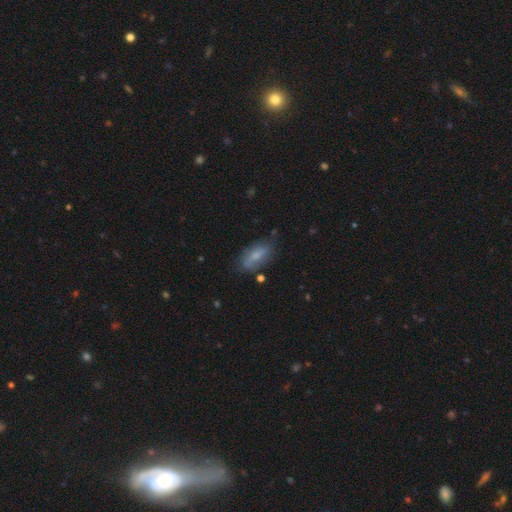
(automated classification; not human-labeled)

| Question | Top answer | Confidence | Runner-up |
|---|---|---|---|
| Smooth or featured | smooth | 67% | featured or disk (25%) |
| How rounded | in between | 75% | cigar-shaped (22%) |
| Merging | none | 67% | minor disturbance (23%) |